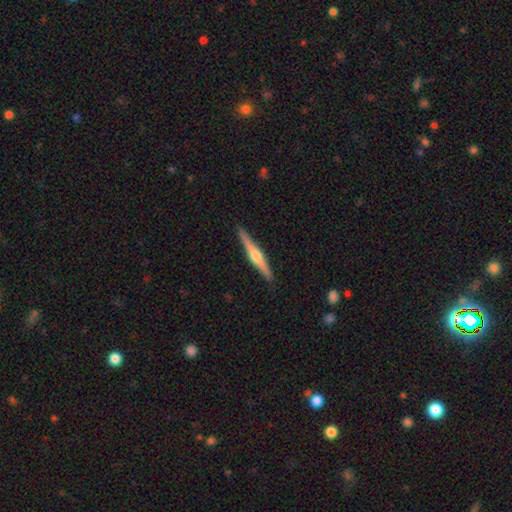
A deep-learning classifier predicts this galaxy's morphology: featured or disk 72%, smooth 22%, star or artifact 5%. Down the decision tree: edge-on disk — yes (98%); edge-on bulge — rounded (90%); merging — none (91%).